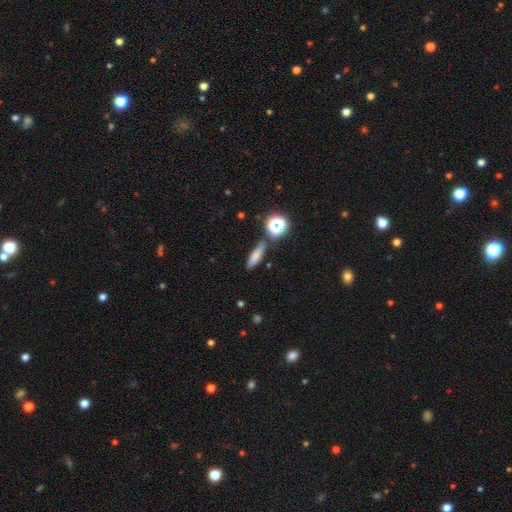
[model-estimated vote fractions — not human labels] Smooth or featured: smooth — 70% (star or artifact — 17%)
How rounded: cigar-shaped — 55% (in between — 35%)
Merging: none — 74% (minor disturbance — 15%)